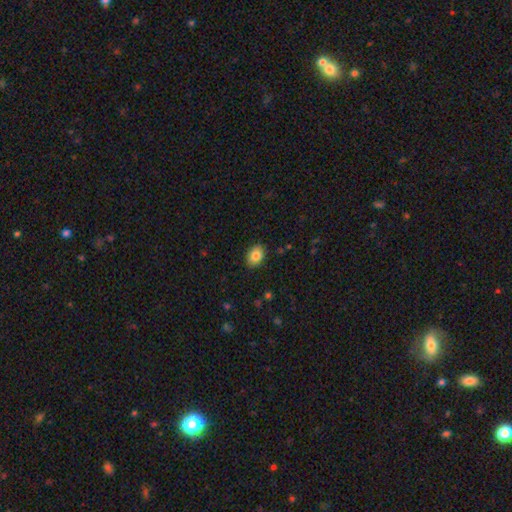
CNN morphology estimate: A smooth galaxy with no disk features (84%) that is in between round and cigar-shaped (74%).

Vote fractions:
- Smooth or featured? smooth: 84% / star or artifact: 8% / featured or disk: 7%
- How rounded? in between: 74% / round: 25% / cigar-shaped: 1%
- Merging? none: 89% / minor disturbance: 8% / major disturbance: 2% / merger: 1%